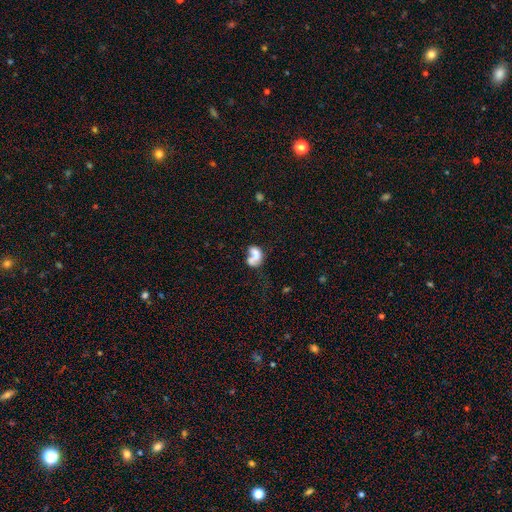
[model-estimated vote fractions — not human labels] This appears to be a smooth galaxy with no disk features (62%) that is in between round and cigar-shaped (76%). Merging: merger (59%).